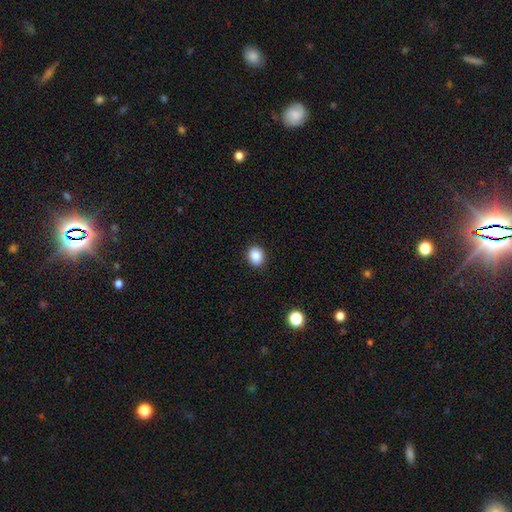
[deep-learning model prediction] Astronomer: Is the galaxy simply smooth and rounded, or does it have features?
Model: smooth — 87%.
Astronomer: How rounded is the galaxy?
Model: round — 62% (runner-up: in between, 37%).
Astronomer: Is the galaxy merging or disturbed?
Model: none — 90%.